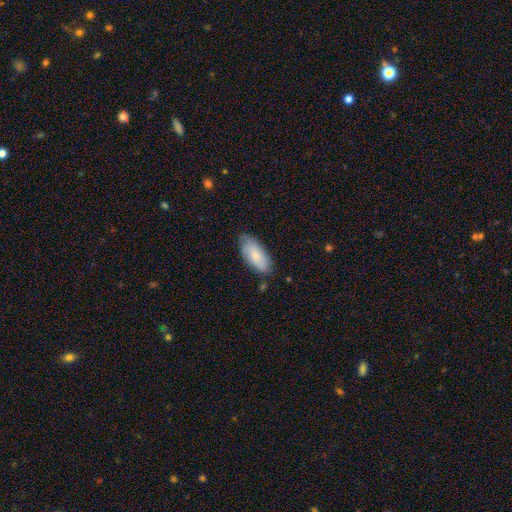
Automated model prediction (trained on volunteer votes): The model was most divided on "merging": none: 76%, minor disturbance: 19%, major disturbance: 3%, merger: 2%. More confident: how rounded — in between (87%); smooth or featured — smooth (76%).